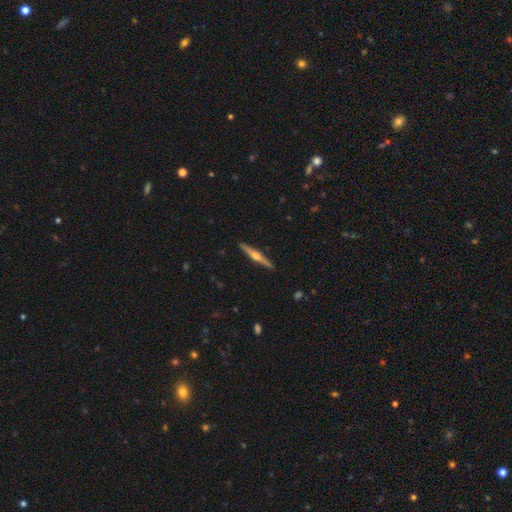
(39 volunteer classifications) A featured or disk galaxy (77%) viewed edge-on (100%) with a rounded central bulge (100%). Merging: none (95%).